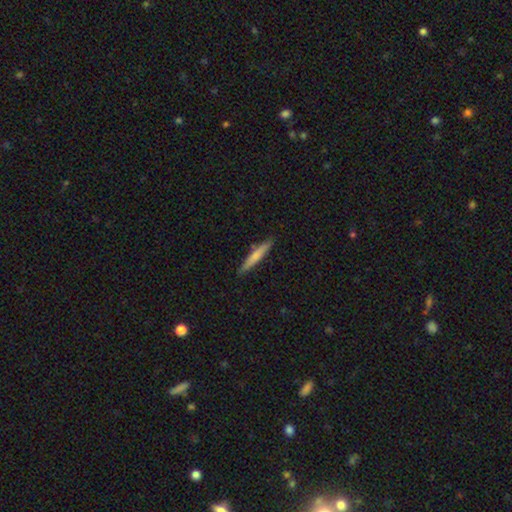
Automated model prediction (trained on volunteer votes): The model was most divided on "smooth or featured": smooth: 66%, featured or disk: 29%, star or artifact: 6%. More confident: how rounded — cigar-shaped (94%); merging — none (87%).